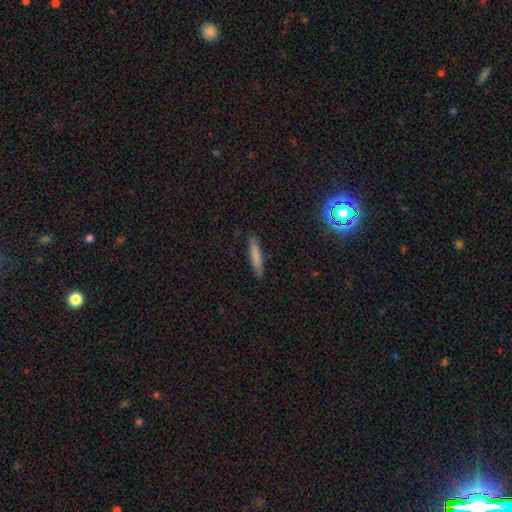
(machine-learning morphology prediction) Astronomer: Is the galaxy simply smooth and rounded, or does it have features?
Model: smooth — 79%.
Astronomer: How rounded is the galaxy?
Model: cigar-shaped — 92%.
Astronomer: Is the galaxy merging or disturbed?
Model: none — 90%.